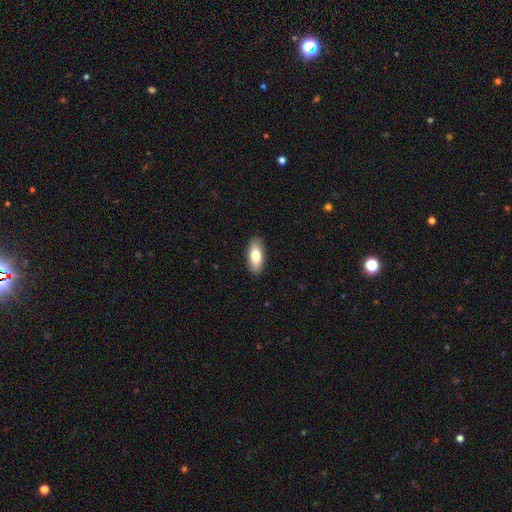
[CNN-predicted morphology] The model was most divided on "smooth or featured": smooth: 75%, featured or disk: 18%, star or artifact: 6%. More confident: merging — none (90%); how rounded — in between (86%).